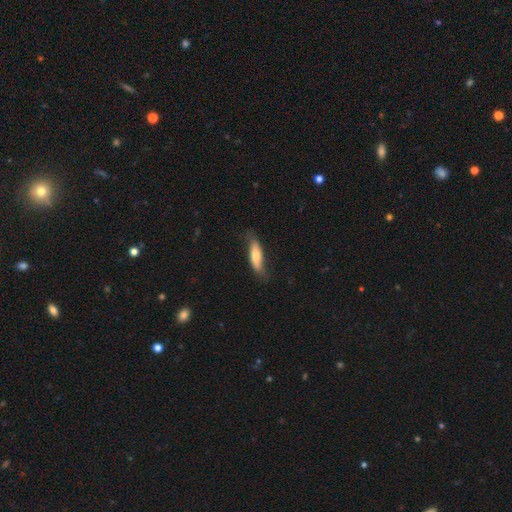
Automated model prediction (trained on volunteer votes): Smooth or featured? Predicted: smooth (p=0.66). How rounded? Predicted: cigar-shaped (p=0.54). Merging? Predicted: none (p=0.67).